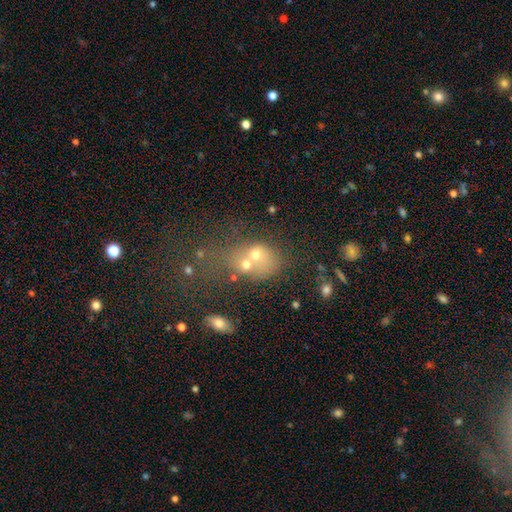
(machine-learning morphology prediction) Overall: smooth (55%; featured or disk 27%). How rounded: in between (49%, tied with round). Merging: merger (62%).